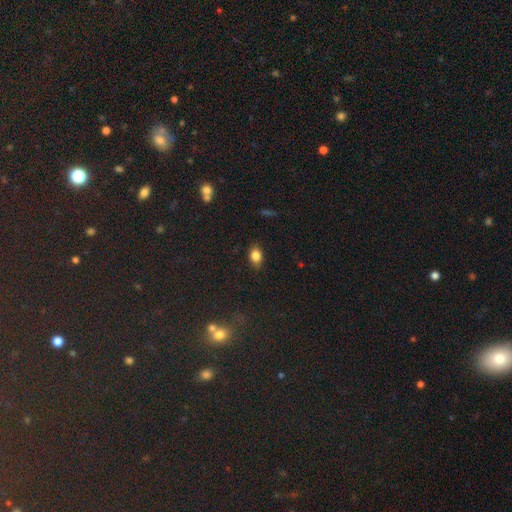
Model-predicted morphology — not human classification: smooth-or-featured: smooth: 82% | star or artifact: 10% | featured or disk: 7%
  how-rounded: in between: 75% | round: 23% | cigar-shaped: 2%
  merging: none: 82% | minor disturbance: 14% | major disturbance: 3% | merger: 1%